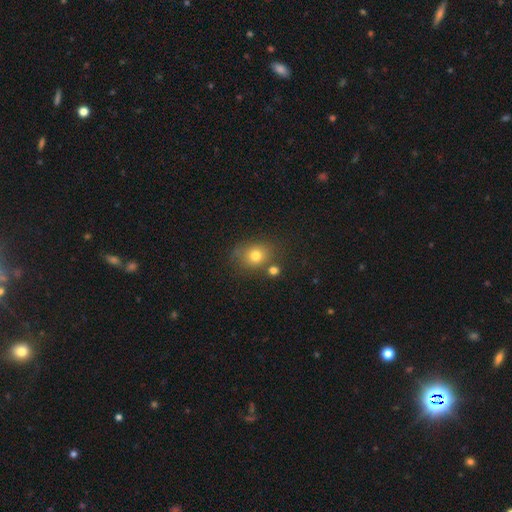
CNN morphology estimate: Smooth or featured? Predicted: smooth (p=0.76). How rounded? Predicted: round (p=0.65). Merging? Predicted: none (p=0.65).